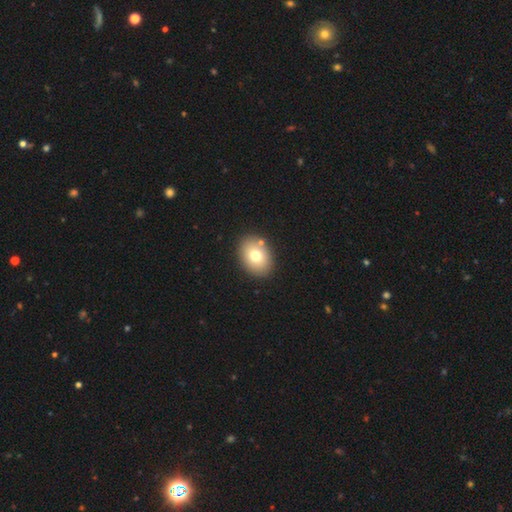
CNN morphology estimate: Smooth or featured? smooth (74%)
How rounded? in between (68%)
Merging? none (86%)